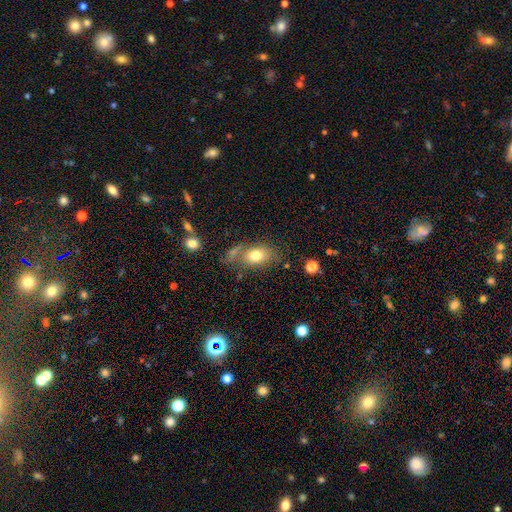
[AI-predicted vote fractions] Smooth or featured: smooth — 76% (featured or disk — 15%)
How rounded: in between — 82% (round — 16%)
Merging: none — 54% (minor disturbance — 20%)